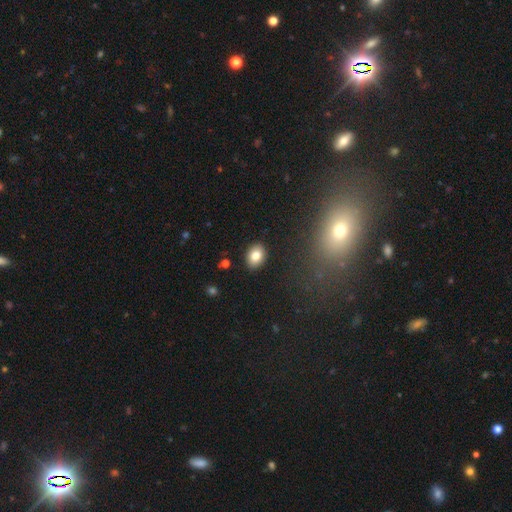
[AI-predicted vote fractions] Smooth or featured? Predicted: smooth (p=0.82). How rounded? Predicted: in between (p=0.75). Merging? Predicted: none (p=0.89).